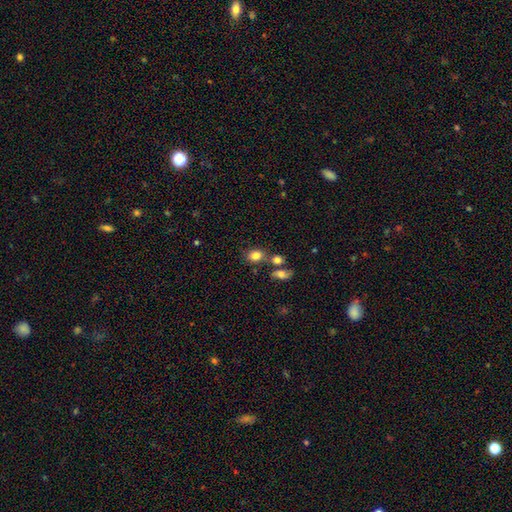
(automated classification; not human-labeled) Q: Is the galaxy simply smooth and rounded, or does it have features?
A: smooth — 82%.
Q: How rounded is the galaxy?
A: in between — 50%.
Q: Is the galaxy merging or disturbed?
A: none — 60%.